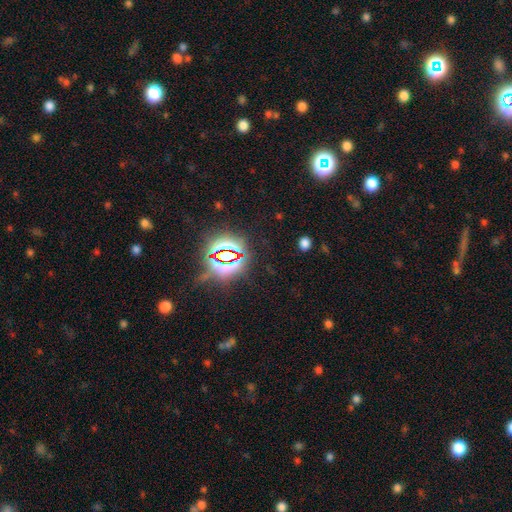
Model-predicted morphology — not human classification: Smooth or featured? Predicted: star or artifact (p=0.81).